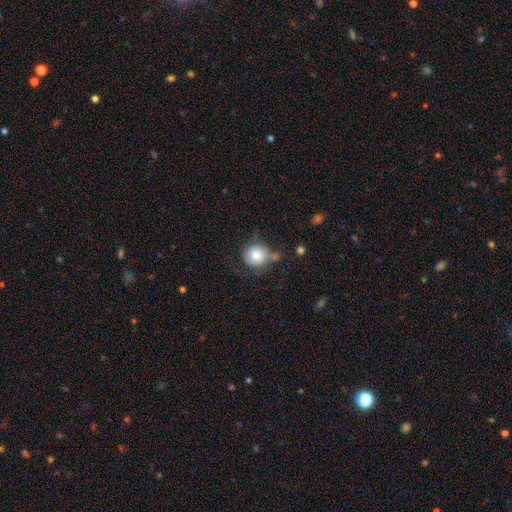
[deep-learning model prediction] Smooth or featured? Predicted: smooth (p=0.75). How rounded? Predicted: round (p=0.88). Merging? Predicted: none (p=0.52).